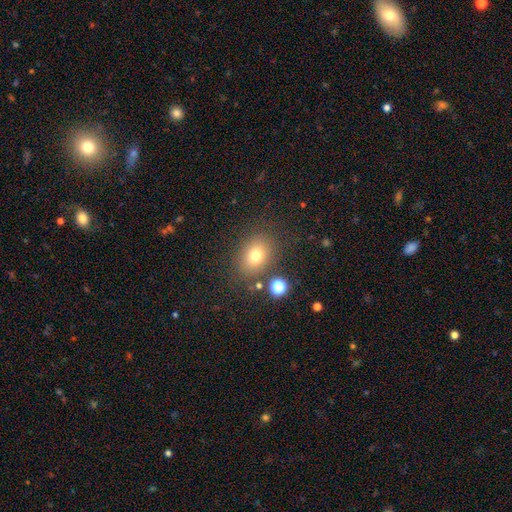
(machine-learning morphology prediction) Smooth or featured: smooth — 75% (star or artifact — 14%)
How rounded: in between — 63% (round — 36%)
Merging: none — 79% (minor disturbance — 12%)